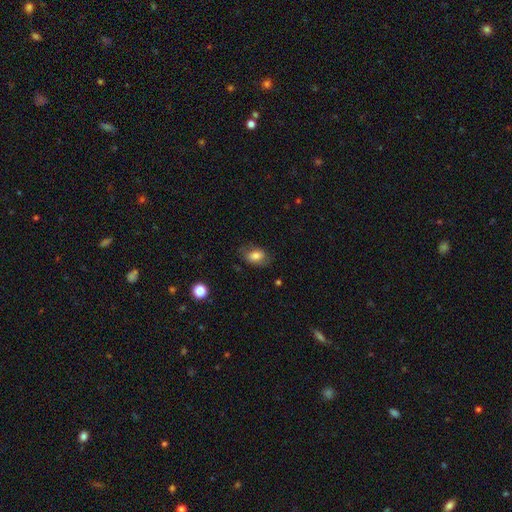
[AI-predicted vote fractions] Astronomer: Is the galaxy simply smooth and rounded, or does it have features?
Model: smooth — 74%.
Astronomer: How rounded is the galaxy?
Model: in between — 82%.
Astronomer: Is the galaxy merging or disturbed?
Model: none — 67%.